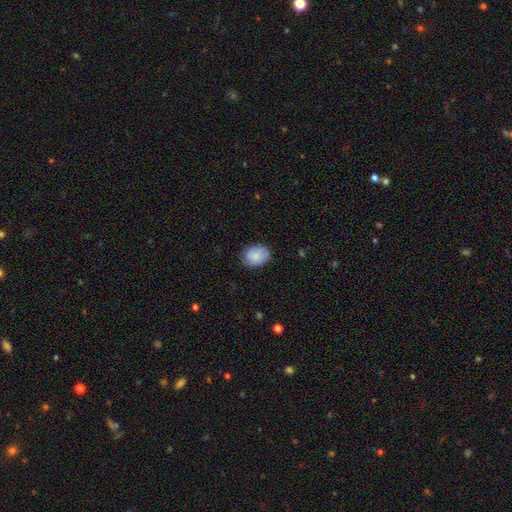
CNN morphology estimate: A smooth galaxy with no disk features (86%) that is in between round and cigar-shaped (67%). Merging: none (82%).